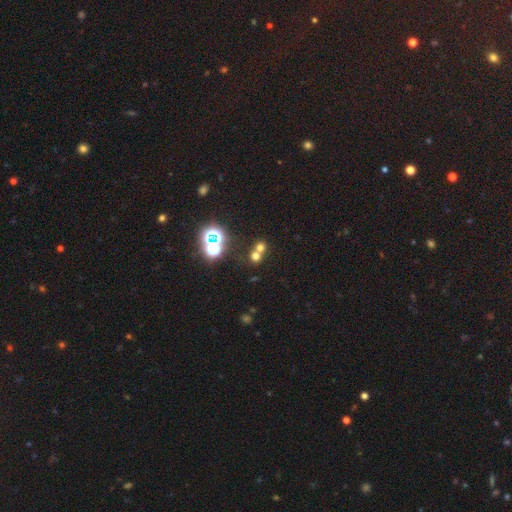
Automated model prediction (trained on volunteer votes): Morphology: type=smooth (56%); roundness=round (83%); merging=merger (46%).